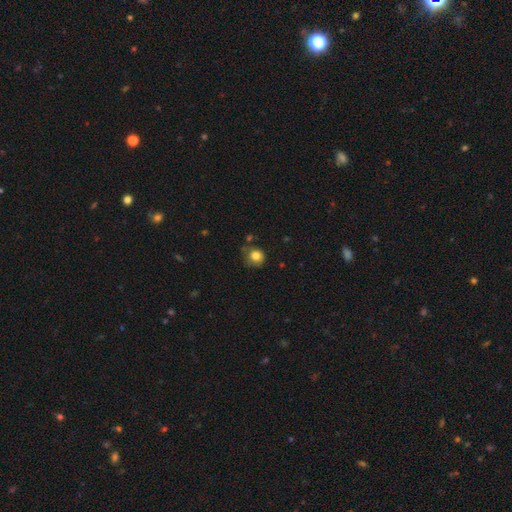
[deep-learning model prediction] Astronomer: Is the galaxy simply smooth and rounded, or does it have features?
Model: smooth — 81%.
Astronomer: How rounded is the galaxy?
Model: round — 85%.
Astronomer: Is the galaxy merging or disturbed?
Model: none — 65%.